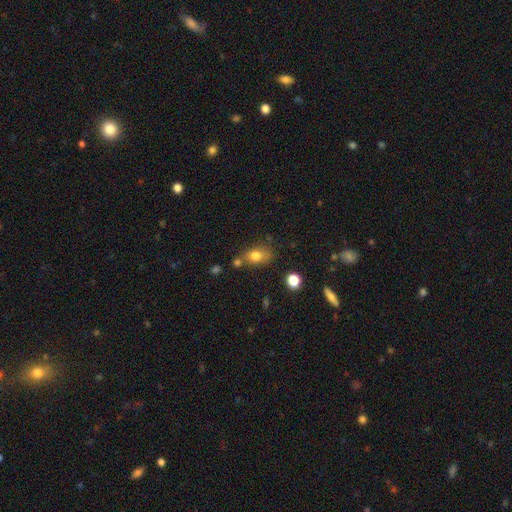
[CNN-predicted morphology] Q: Smooth or featured?
A: smooth (78%); runner-up: star or artifact (11%)
Q: How rounded?
A: in between (68%); runner-up: round (30%)
Q: Merging?
A: none (55%); runner-up: minor disturbance (21%)